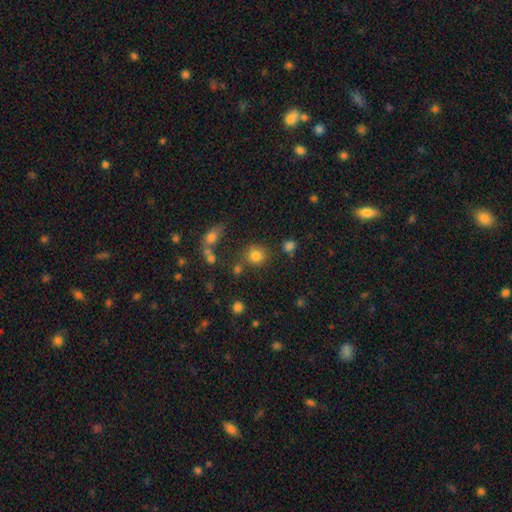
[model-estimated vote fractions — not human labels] Smooth or featured? smooth (79%)
How rounded? round (83%)
Merging? none (73%)